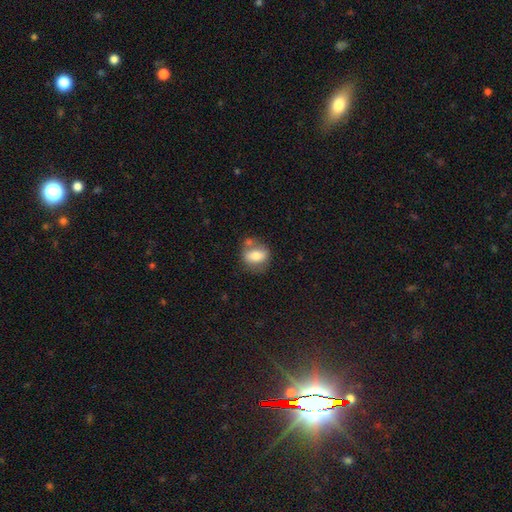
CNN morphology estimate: This is likely a smooth galaxy (65%). How rounded: possibly in between (56%). Merging: possibly none (55%).